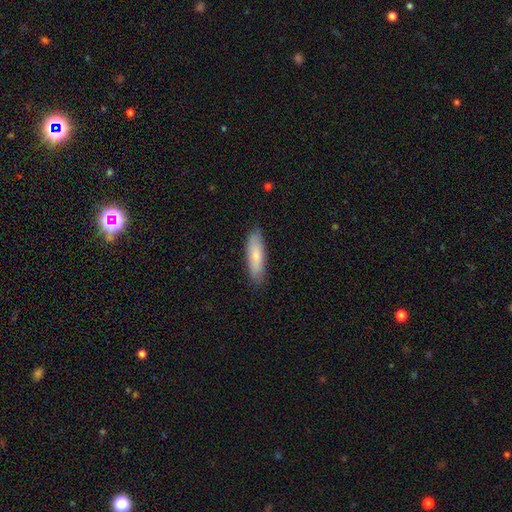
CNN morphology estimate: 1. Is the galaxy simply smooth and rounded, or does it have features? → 78% smooth, 17% featured or disk, 6% star or artifact.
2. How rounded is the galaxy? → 57% cigar-shaped, 41% in between, 2% round.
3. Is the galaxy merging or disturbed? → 86% none, 11% minor disturbance, 2% major disturbance, 1% merger.